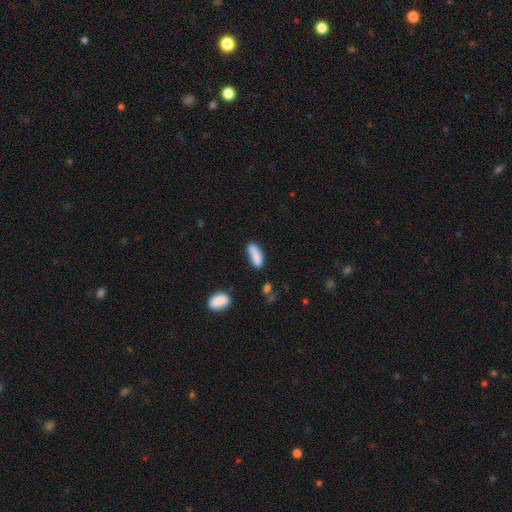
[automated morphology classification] A smooth galaxy with no disk features (85%) that is in between round and cigar-shaped (56%).

Vote fractions:
- Smooth or featured? smooth: 85% / featured or disk: 8% / star or artifact: 8%
- How rounded? in between: 56% / cigar-shaped: 41% / round: 2%
- Merging? none: 59% / minor disturbance: 26% / merger: 8% / major disturbance: 7%